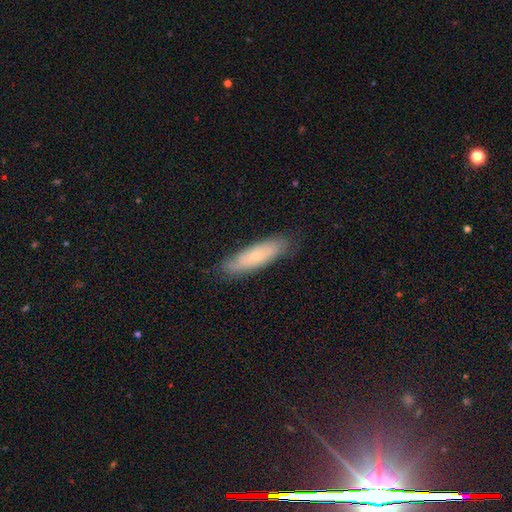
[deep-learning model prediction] smooth 57%, featured or disk 35%, star or artifact 7%. Down the decision tree: how rounded — cigar-shaped (62%); merging — none (80%).